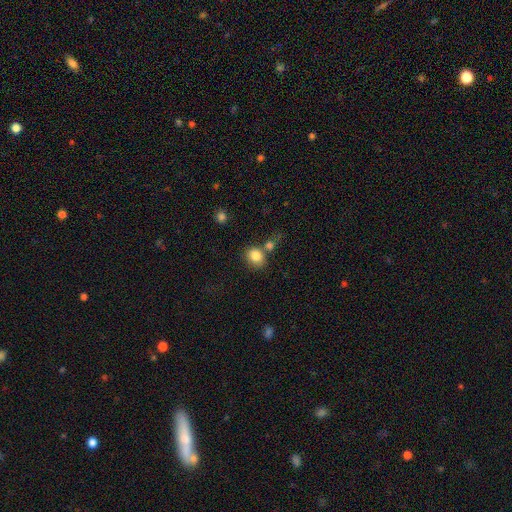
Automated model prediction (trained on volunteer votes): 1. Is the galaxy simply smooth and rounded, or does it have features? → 85% smooth, 9% star or artifact, 6% featured or disk.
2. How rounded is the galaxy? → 60% round, 39% in between, 1% cigar-shaped.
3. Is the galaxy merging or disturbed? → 56% none, 24% merger, 14% minor disturbance, 6% major disturbance.